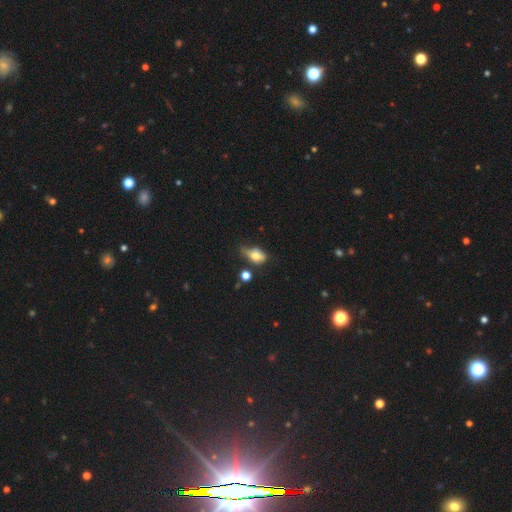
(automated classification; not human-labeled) Smooth or featured? Predicted: smooth (p=0.67). How rounded? Predicted: in between (p=0.73). Merging? Predicted: minor disturbance (p=0.37).